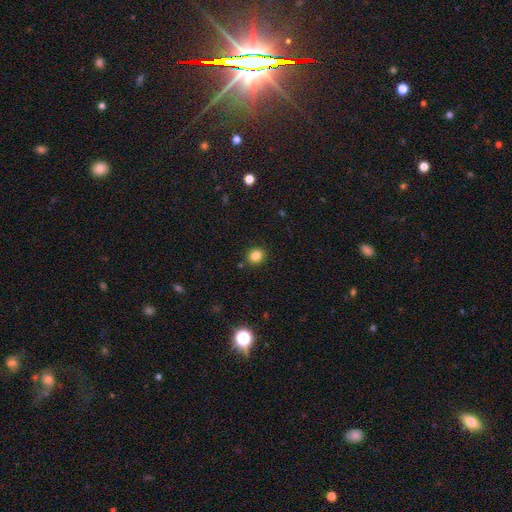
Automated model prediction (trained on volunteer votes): smooth-or-featured: smooth: 84% | star or artifact: 12% | featured or disk: 5%
  how-rounded: round: 76% | in between: 23% | cigar-shaped: 1%
  merging: none: 89% | minor disturbance: 7% | merger: 2% | major disturbance: 2%